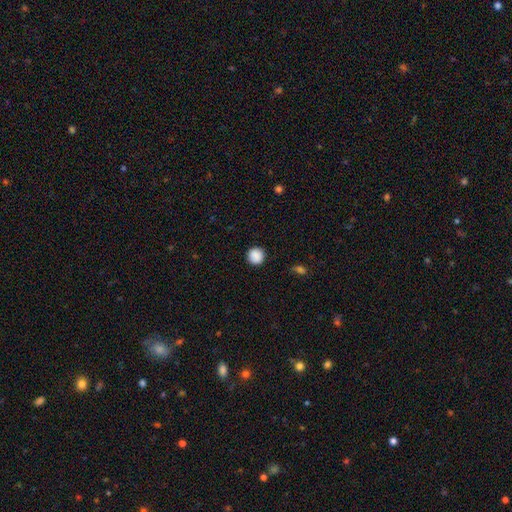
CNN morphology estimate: type=smooth (88%); roundness=round (94%); merging=none (89%).